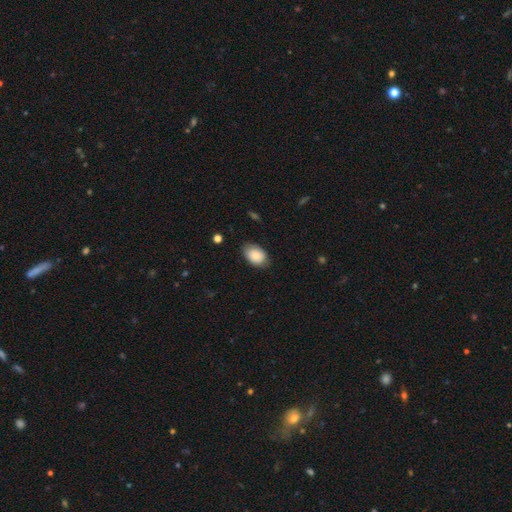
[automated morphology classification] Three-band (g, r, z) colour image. It shows a smooth galaxy with no disk features (84%) that is in between round and cigar-shaped (86%). Merging: none (73%).